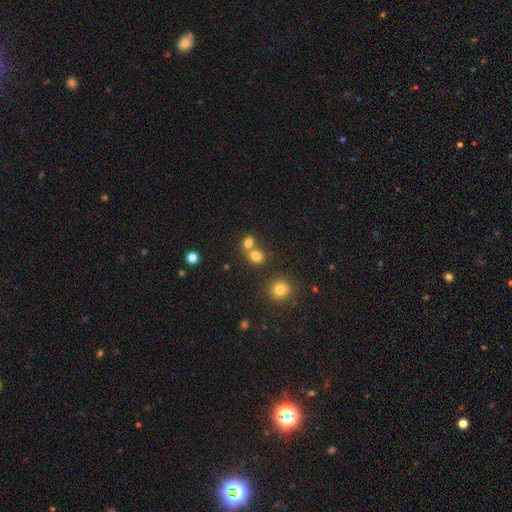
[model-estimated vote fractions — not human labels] Smooth or featured? smooth (78%)
How rounded? round (68%)
Merging? none (48%)